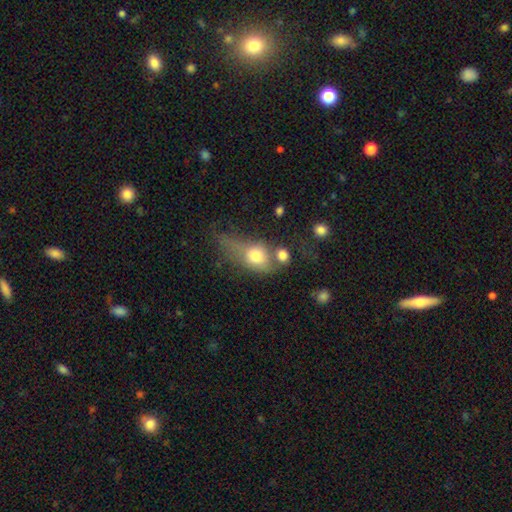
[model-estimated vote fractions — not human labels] Smooth or featured? Predicted: smooth (p=0.67). How rounded? Predicted: in between (p=0.59). Merging? Predicted: merger (p=0.29, tied with major disturbance).